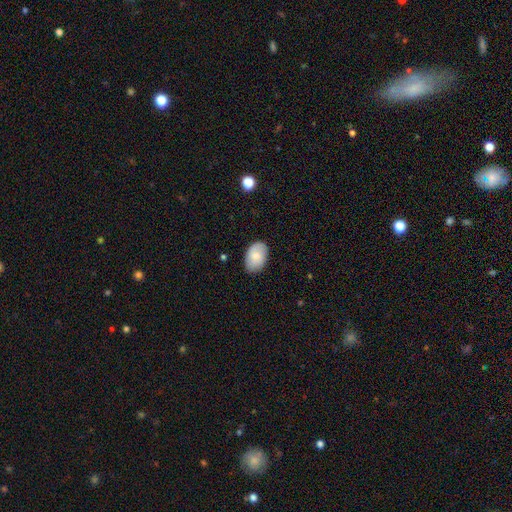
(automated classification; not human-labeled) A smooth galaxy with no disk features (80%) that is in between round and cigar-shaped (89%).

Vote fractions:
- Smooth or featured? smooth: 80% / featured or disk: 14% / star or artifact: 6%
- How rounded? in between: 89% / round: 10% / cigar-shaped: 1%
- Merging? none: 80% / minor disturbance: 16% / major disturbance: 3% / merger: 1%